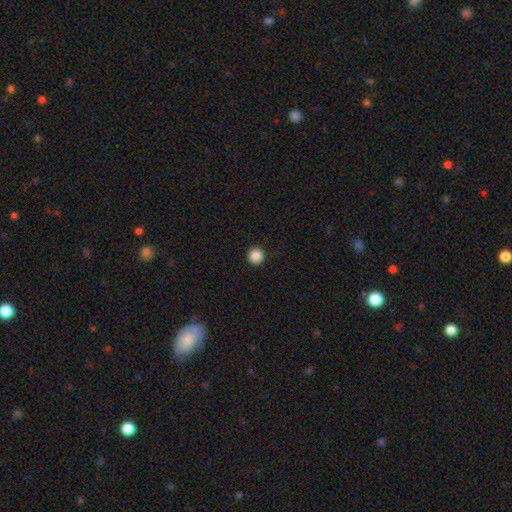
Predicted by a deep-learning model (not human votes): Smooth or featured?
  - smooth: 87% *
  - star or artifact: 10%
  - featured or disk: 3%
How rounded?
  - round: 95% *
  - in between: 4%
  - cigar-shaped: 1%
Merging?
  - none: 94% *
  - minor disturbance: 4%
  - major disturbance: 1%
  - merger: 1%